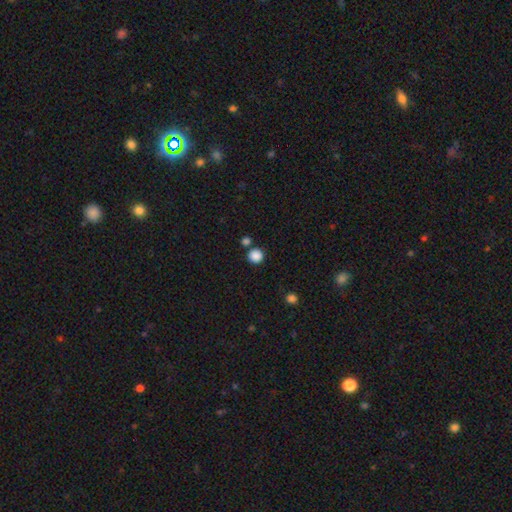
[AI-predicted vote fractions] Overall: smooth (86%). How rounded: round (93%). Merging: none (79%).